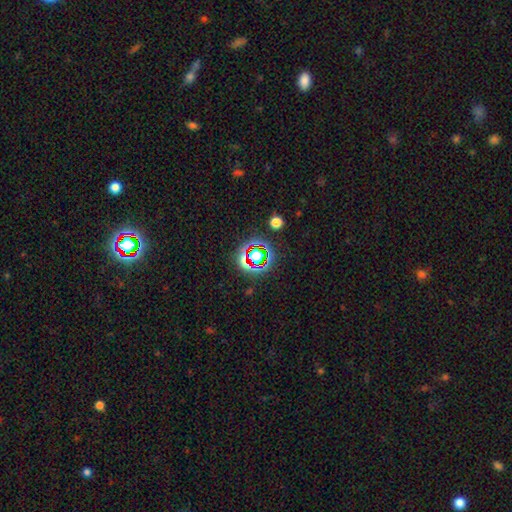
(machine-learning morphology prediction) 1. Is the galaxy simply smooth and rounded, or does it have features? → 65% star or artifact, 23% smooth, 12% featured or disk.